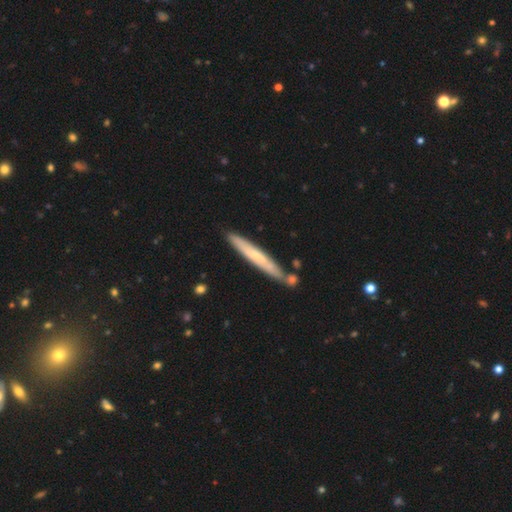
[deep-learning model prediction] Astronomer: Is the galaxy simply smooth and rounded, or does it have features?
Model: smooth — 53% (runner-up: featured or disk, 41%).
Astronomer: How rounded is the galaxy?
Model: cigar-shaped — 96%.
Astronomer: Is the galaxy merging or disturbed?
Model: none — 76%.